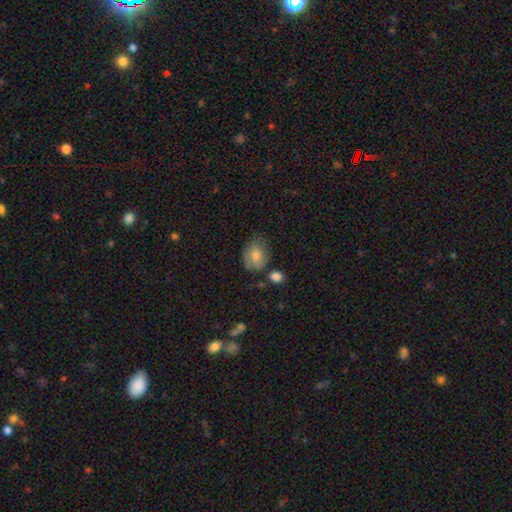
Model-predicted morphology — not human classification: type=smooth (69%); roundness=in between (64%); merging=none (61%).